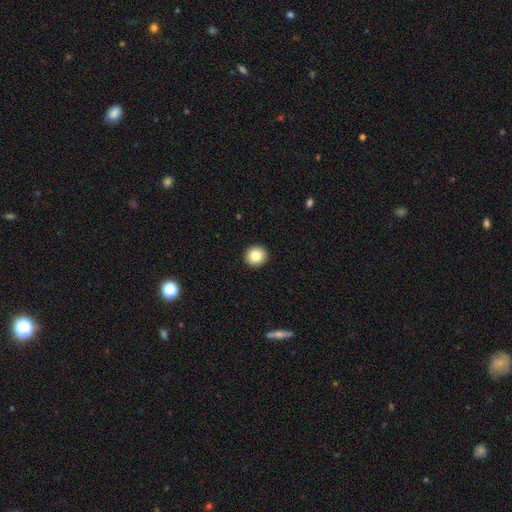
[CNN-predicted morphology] smooth_or_featured: smooth (p=0.83) [alt: star or artifact p=0.09]
how_rounded: round (p=0.92) [alt: in between p=0.07]
merging: none (p=0.94) [alt: minor disturbance p=0.04]